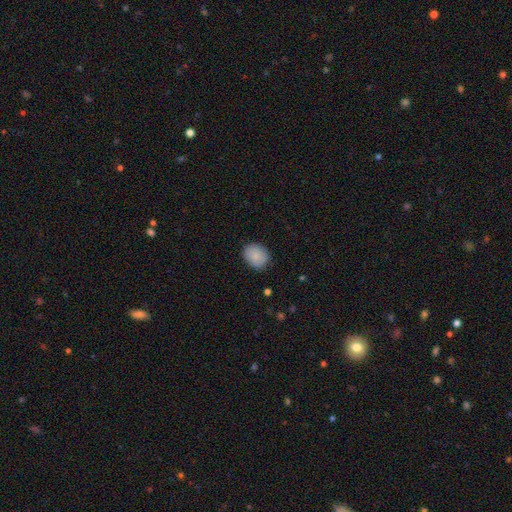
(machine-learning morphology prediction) A smooth galaxy with no disk features (83%) that is round (61%).

Vote fractions:
- Smooth or featured? smooth: 83% / featured or disk: 9% / star or artifact: 7%
- How rounded? round: 61% / in between: 38% / cigar-shaped: 1%
- Merging? none: 84% / minor disturbance: 12% / major disturbance: 3% / merger: 1%